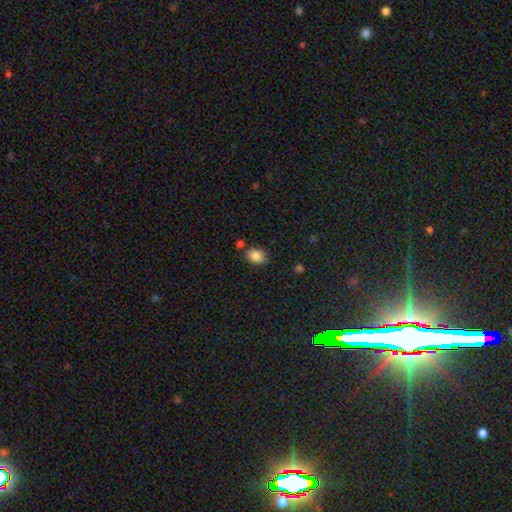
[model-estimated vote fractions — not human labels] smooth-or-featured: smooth: 86% | star or artifact: 9% | featured or disk: 5%
  how-rounded: in between: 64% | round: 35% | cigar-shaped: 1%
  merging: none: 72% | minor disturbance: 17% | merger: 8% | major disturbance: 4%